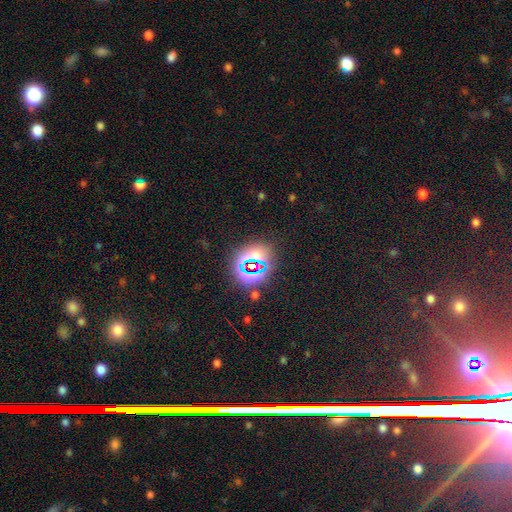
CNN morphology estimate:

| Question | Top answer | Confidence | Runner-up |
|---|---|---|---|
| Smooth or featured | star or artifact | 66% | smooth (24%) |